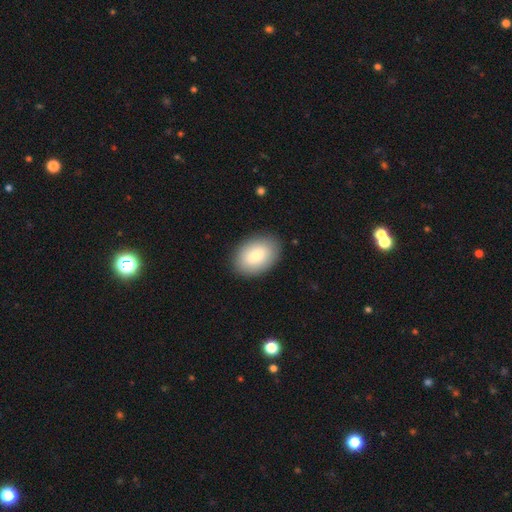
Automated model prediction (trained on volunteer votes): A smooth galaxy with no disk features (79%) that is in between round and cigar-shaped (87%).

Vote fractions:
- Smooth or featured? smooth: 79% / featured or disk: 15% / star or artifact: 7%
- How rounded? in between: 87% / round: 12% / cigar-shaped: 1%
- Merging? none: 87% / minor disturbance: 9% / major disturbance: 3% / merger: 1%